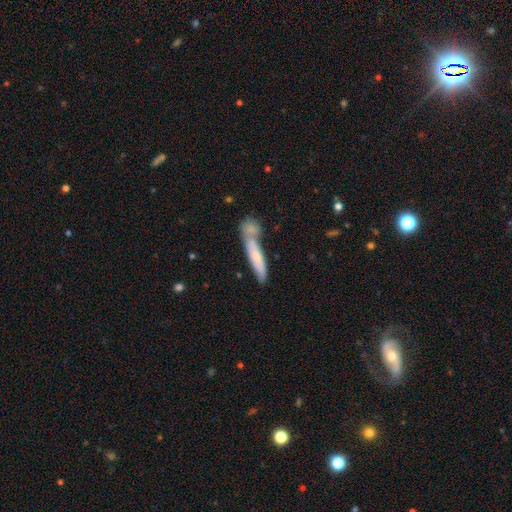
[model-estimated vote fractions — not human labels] smooth-or-featured: smooth: 63% | featured or disk: 31% | star or artifact: 7%
  how-rounded: cigar-shaped: 88% | in between: 11% | round: 2%
  merging: none: 47% | merger: 35% | minor disturbance: 13% | major disturbance: 5%